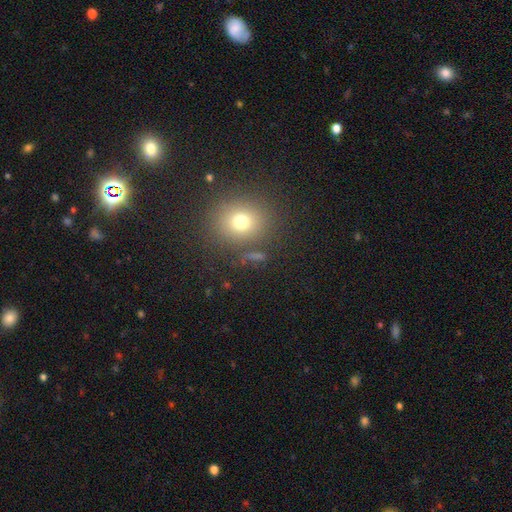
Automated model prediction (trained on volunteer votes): This is likely a smooth galaxy (64%). How rounded: likely round (73%). Merging: clearly none (82%).